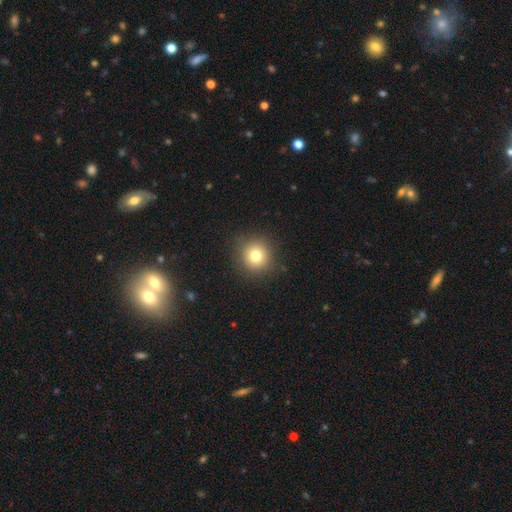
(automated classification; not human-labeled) The model was most divided on "smooth or featured": smooth: 78%, star or artifact: 13%, featured or disk: 10%. More confident: how rounded — round (92%); merging — none (89%).